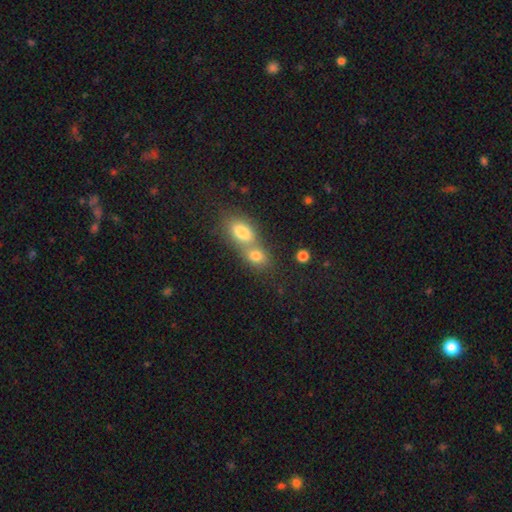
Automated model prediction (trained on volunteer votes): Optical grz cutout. It shows a smooth galaxy with no disk features (77%) that is in between round and cigar-shaped (62%). Merging: merger (63%).